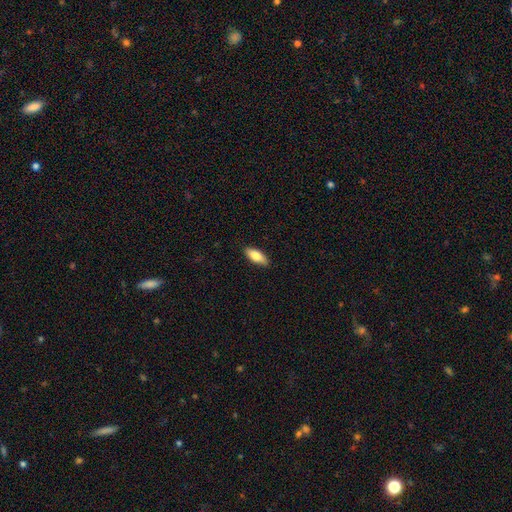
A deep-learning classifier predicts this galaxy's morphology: Smooth or featured: smooth — 79% (featured or disk — 15%)
How rounded: in between — 76% (cigar-shaped — 22%)
Merging: none — 87% (minor disturbance — 10%)